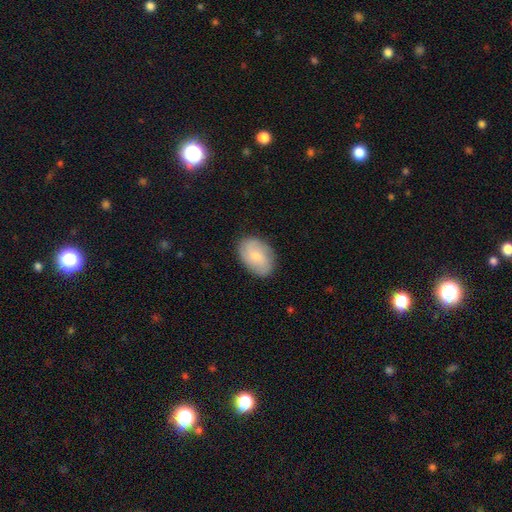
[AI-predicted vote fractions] smooth_or_featured: smooth (p=0.62) [alt: featured or disk p=0.31]
how_rounded: in between (p=0.85) [alt: round p=0.13]
merging: none (p=0.84) [alt: minor disturbance p=0.12]